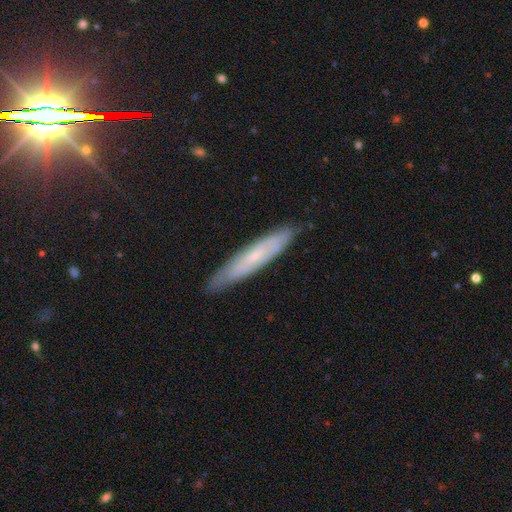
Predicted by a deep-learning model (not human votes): The model was most divided on "smooth or featured": featured or disk: 52%, smooth: 41%, star or artifact: 8%. More confident: merging — none (84%); edge-on disk — yes (61%).